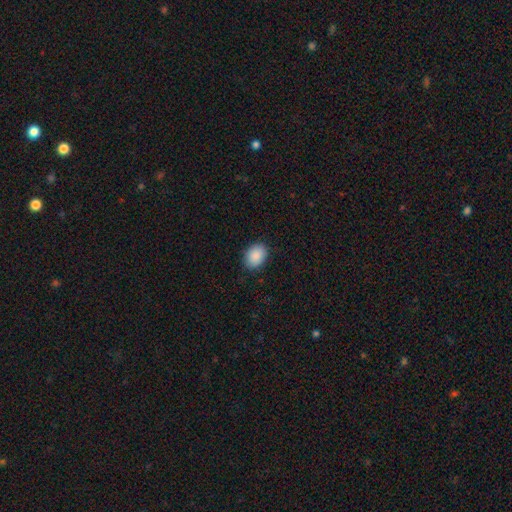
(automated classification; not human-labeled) The model was most divided on "how rounded": in between: 67%, round: 33%, cigar-shaped: 1%. More confident: smooth or featured — smooth (90%); merging — none (87%).